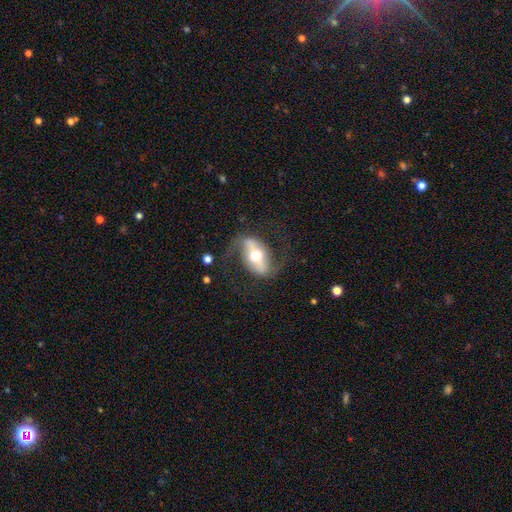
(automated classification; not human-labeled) featured or disk 76%, smooth 19%, star or artifact 5%. Down the decision tree: edge-on disk — no (88%); bar — strong (56%); spiral arms — yes (79%); spiral arm count — 2 (89%); spiral winding — loose (52%); bulge size — moderate (67%); merging — none (69%).